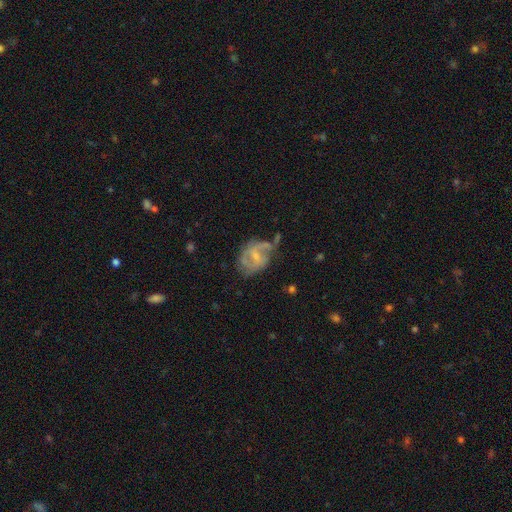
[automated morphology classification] Smooth or featured?
  - featured or disk: 69% *
  - smooth: 23%
  - star or artifact: 8%
Edge-on disk?
  - no: 97% *
  - yes: 3%
Bar?
  - weak: 53% *
  - no: 32%
  - strong: 15%
Spiral arms?
  - yes: 79% *
  - no: 21%
Spiral winding?
  - medium: 45% *
  - loose: 29%
  - tight: 26%
Spiral arm count?
  - 2: 63% *
  - can't tell: 19%
  - 1: 9%
  - 3: 5%
  - 4: 2%
  - more than 4: 2%
Bulge size?
  - small: 52% *
  - moderate: 30%
  - none: 15%
  - large: 2%
  - dominant: 1%
Merging?
  - none: 42% *
  - minor disturbance: 28%
  - major disturbance: 22%
  - merger: 8%